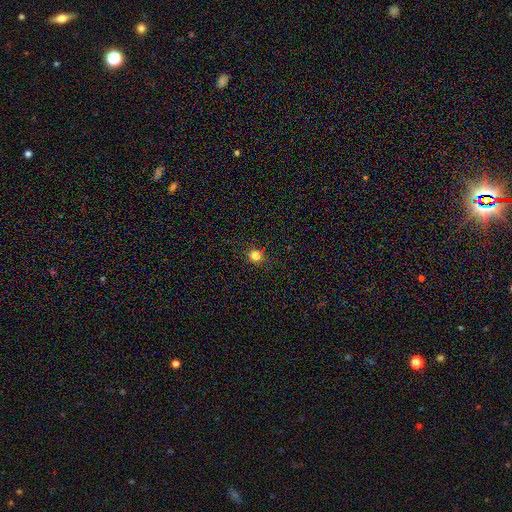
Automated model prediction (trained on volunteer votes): This appears to be a smooth galaxy with no disk features (78%) that is round (84%). Merging: none (88%).